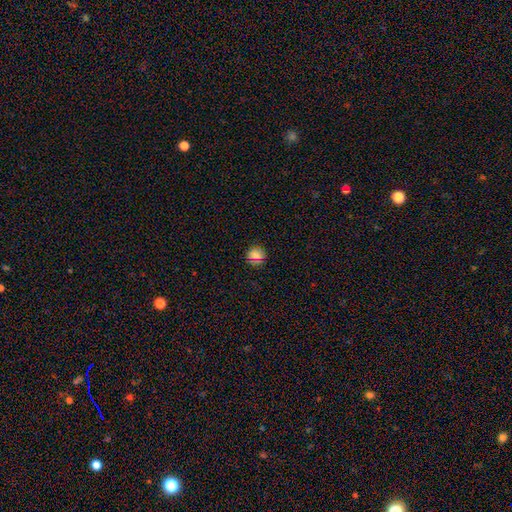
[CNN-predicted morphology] A smooth galaxy with no disk features (74%) that is round (90%). Merging: none (89%).